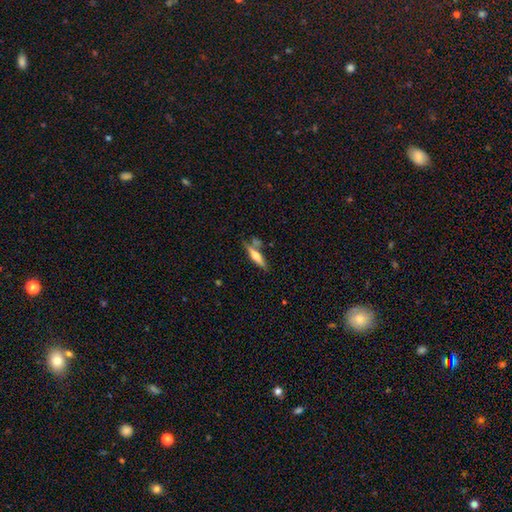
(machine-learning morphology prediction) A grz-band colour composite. It shows a smooth galaxy with no disk features (50%) that is cigar-shaped (82%). Merging: none (66%).